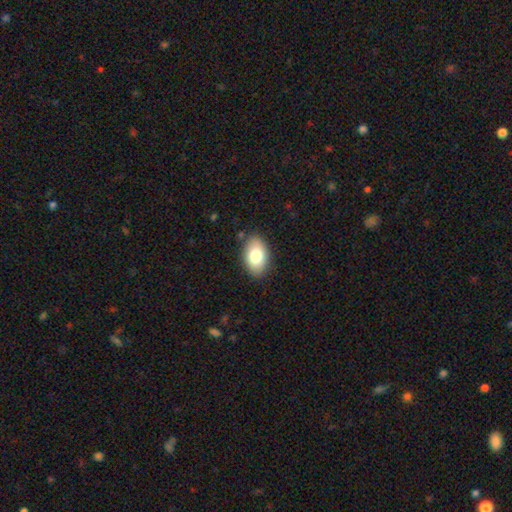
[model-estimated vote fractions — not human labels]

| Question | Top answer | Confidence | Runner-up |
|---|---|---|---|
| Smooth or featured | smooth | 80% | featured or disk (13%) |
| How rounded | in between | 91% | round (8%) |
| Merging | none | 86% | minor disturbance (11%) |